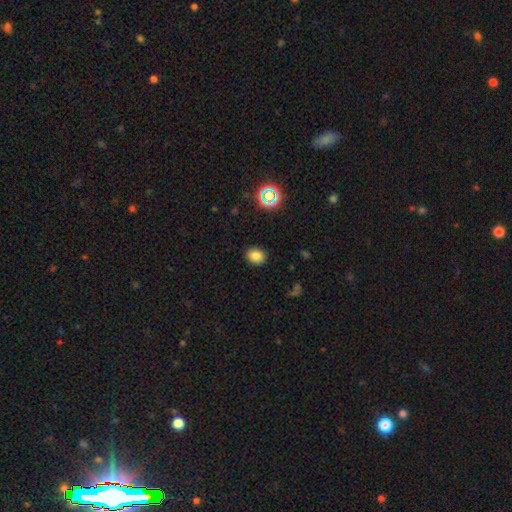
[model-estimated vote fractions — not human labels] This appears to be a smooth galaxy with no disk features (81%) that is round (50%). Merging: none (88%).